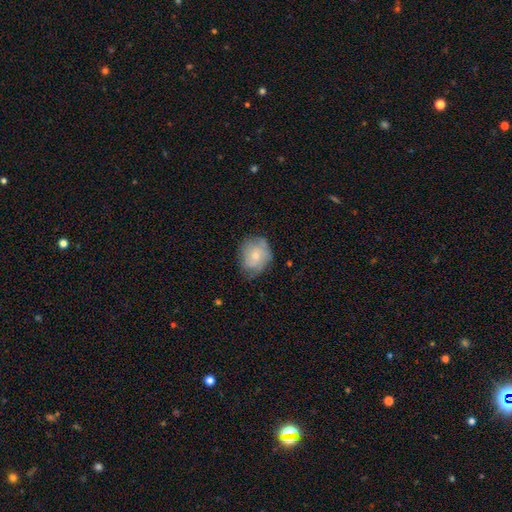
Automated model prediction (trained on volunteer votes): smooth_or_featured: smooth (p=0.59) [alt: featured or disk p=0.33]
how_rounded: round (p=0.69) [alt: in between p=0.30]
merging: none (p=0.62) [alt: minor disturbance p=0.28]